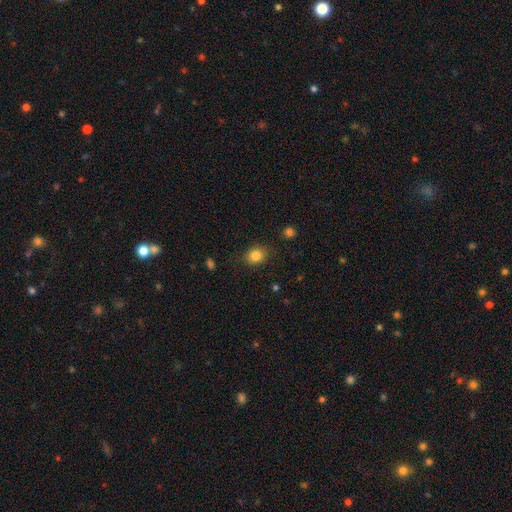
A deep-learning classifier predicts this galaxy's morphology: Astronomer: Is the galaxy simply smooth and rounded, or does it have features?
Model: smooth — 84%.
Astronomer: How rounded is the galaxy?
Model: round — 55% (runner-up: in between, 44%).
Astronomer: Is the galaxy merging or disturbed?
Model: none — 84%.